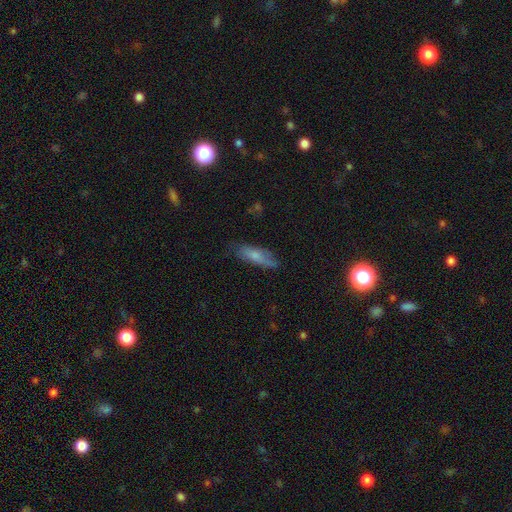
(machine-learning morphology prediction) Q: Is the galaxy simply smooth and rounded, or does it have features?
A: smooth — 68%.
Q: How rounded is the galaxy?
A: cigar-shaped — 54%.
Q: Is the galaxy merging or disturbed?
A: none — 70%.